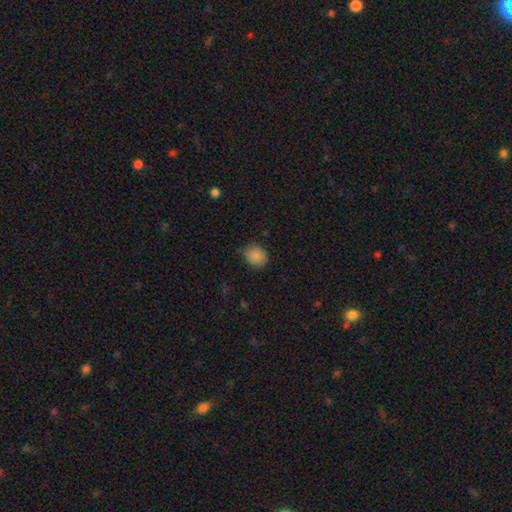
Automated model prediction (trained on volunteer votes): Smooth or featured: smooth — 87% (star or artifact — 8%)
How rounded: round — 71% (in between — 28%)
Merging: none — 79% (minor disturbance — 17%)